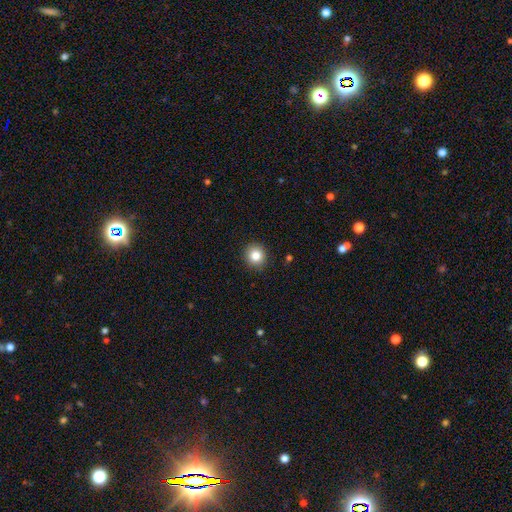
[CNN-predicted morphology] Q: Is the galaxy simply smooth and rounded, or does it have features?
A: smooth — 83%.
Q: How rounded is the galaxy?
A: round — 91%.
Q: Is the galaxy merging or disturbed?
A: none — 91%.